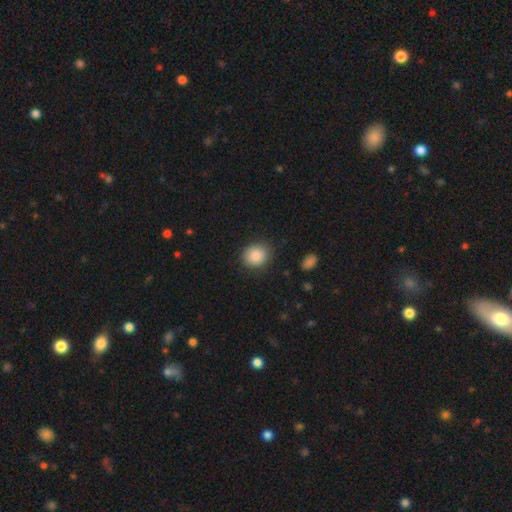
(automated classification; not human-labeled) A smooth galaxy with no disk features (87%) that is round (72%).

Vote fractions:
- Smooth or featured? smooth: 87% / star or artifact: 8% / featured or disk: 5%
- How rounded? round: 72% / in between: 27% / cigar-shaped: 1%
- Merging? none: 86% / minor disturbance: 10% / major disturbance: 3% / merger: 1%